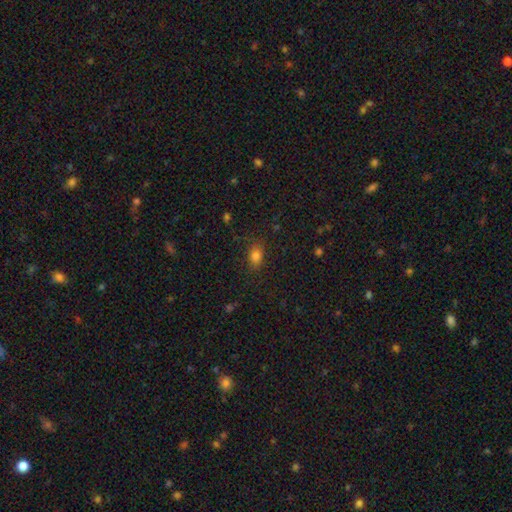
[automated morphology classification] Smooth or featured? smooth (81%)
How rounded? in between (76%)
Merging? none (82%)